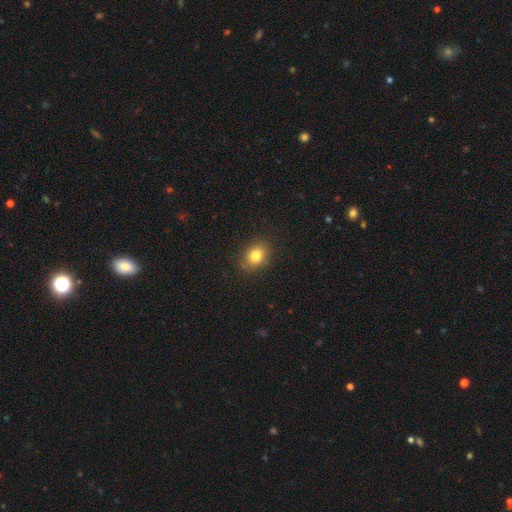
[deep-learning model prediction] Overall: smooth (81%). How rounded: in between (54%; round 45%). Merging: none (85%).